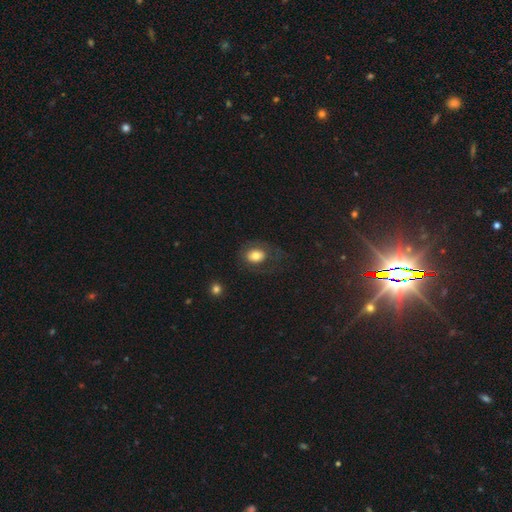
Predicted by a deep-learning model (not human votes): Smooth or featured: smooth — 72% (featured or disk — 20%)
How rounded: in between — 65% (round — 34%)
Merging: none — 60% (major disturbance — 20%)